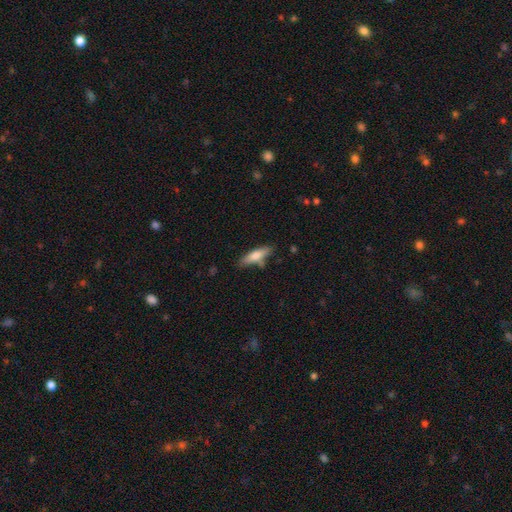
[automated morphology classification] type=smooth (69%); roundness=cigar-shaped (67%); merging=none (72%).